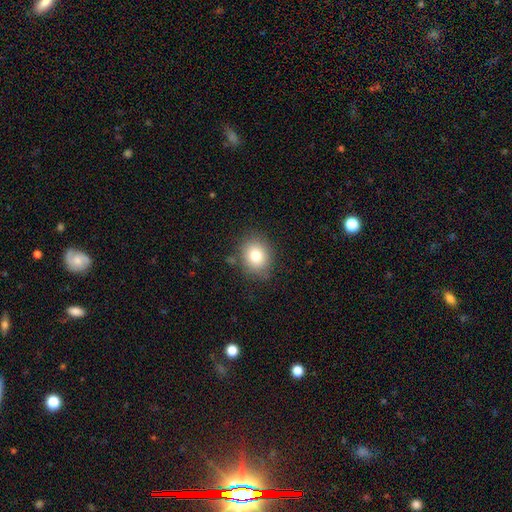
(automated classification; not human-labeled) smooth_or_featured: smooth (p=0.79) [alt: star or artifact p=0.11]
how_rounded: round (p=0.66) [alt: in between p=0.33]
merging: none (p=0.83) [alt: minor disturbance p=0.11]